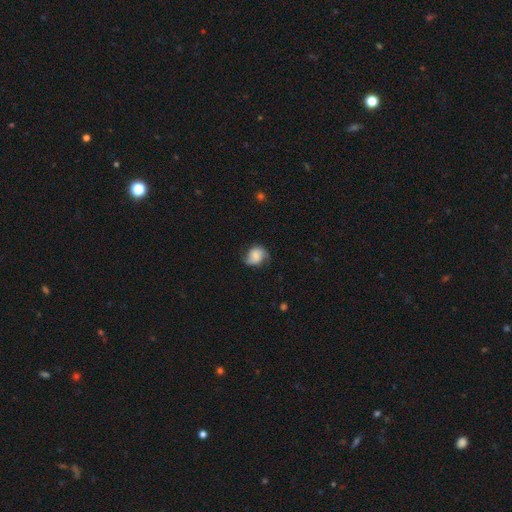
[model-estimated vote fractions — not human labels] Morphology: type=smooth (51%); roundness=round (51%); merging=none (58%).